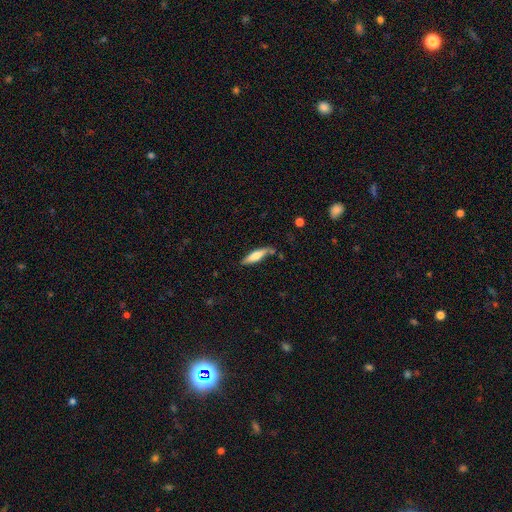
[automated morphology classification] This appears to be a smooth galaxy with no disk features (66%) that is cigar-shaped (68%). Merging: none (65%).